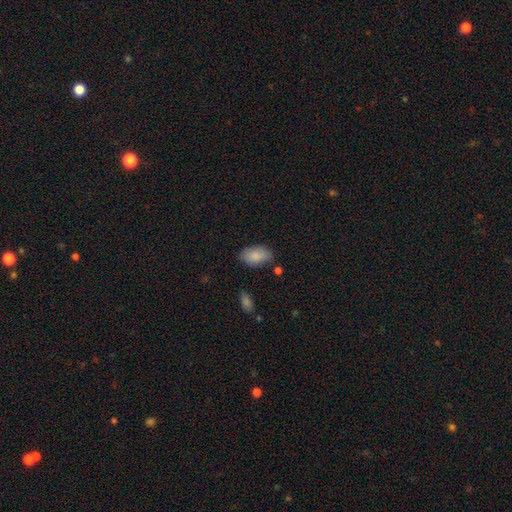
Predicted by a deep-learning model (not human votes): Q: Smooth or featured?
A: smooth (86%); runner-up: featured or disk (8%)
Q: How rounded?
A: in between (92%); runner-up: round (6%)
Q: Merging?
A: none (74%); runner-up: minor disturbance (19%)